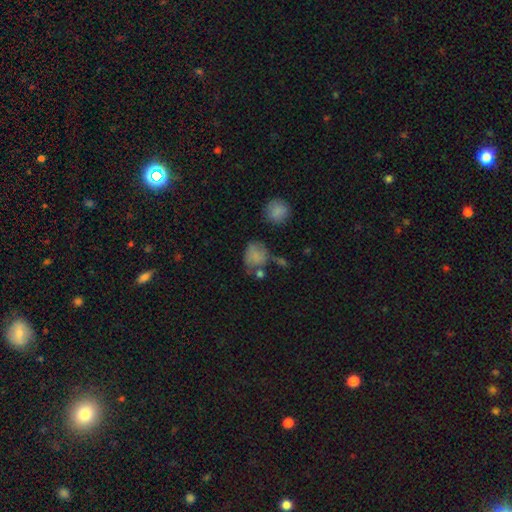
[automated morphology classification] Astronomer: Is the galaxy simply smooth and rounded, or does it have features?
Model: smooth — 76%.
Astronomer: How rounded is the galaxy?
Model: round — 58% (runner-up: in between, 40%).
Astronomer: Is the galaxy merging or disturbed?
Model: none — 43% (runner-up: minor disturbance, 25%).